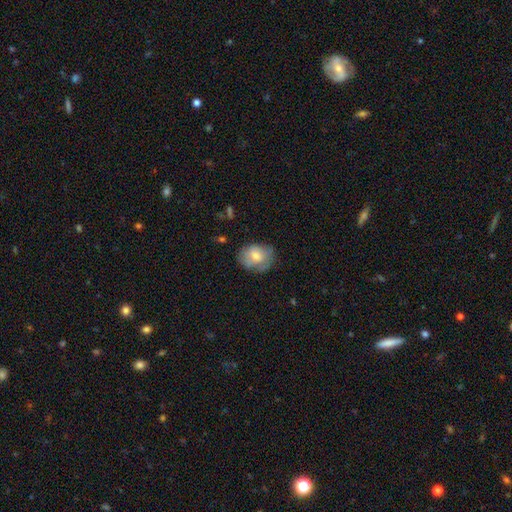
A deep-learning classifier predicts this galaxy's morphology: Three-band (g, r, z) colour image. It shows a smooth galaxy with no disk features (68%) that is in between round and cigar-shaped (55%). Merging: none (63%).